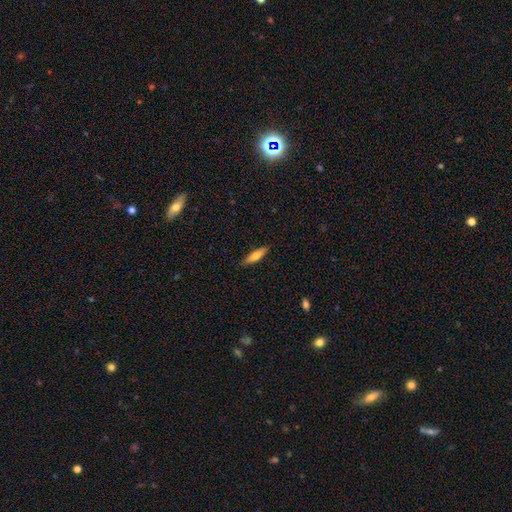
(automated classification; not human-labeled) The model was most divided on "smooth or featured": smooth: 63%, featured or disk: 30%, star or artifact: 6%. More confident: merging — none (88%); how rounded — cigar-shaped (77%).